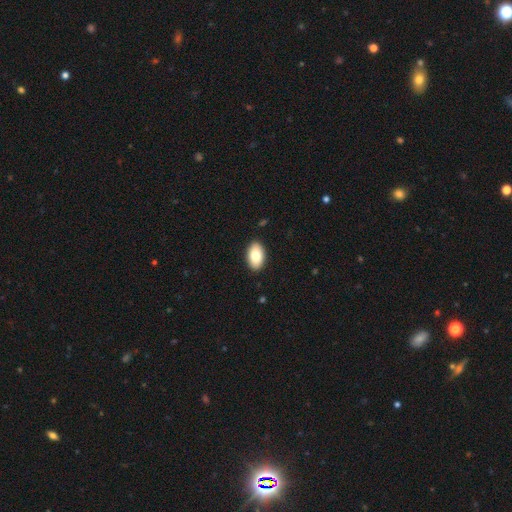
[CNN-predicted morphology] smooth_or_featured: smooth (p=0.81) [alt: featured or disk p=0.13]
how_rounded: in between (p=0.93) [alt: round p=0.06]
merging: none (p=0.90) [alt: minor disturbance p=0.08]